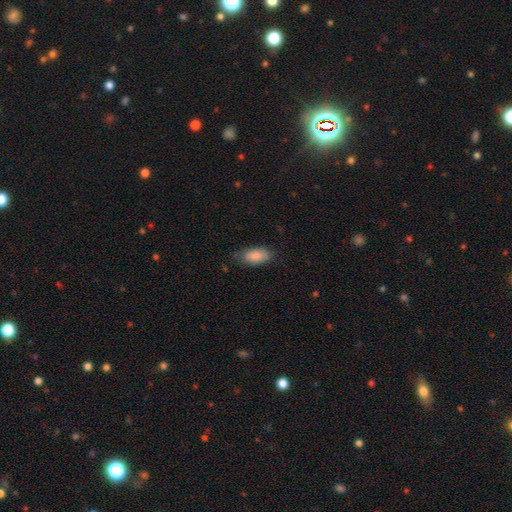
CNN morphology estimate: Smooth or featured? smooth (88%)
How rounded? in between (91%)
Merging? none (72%)